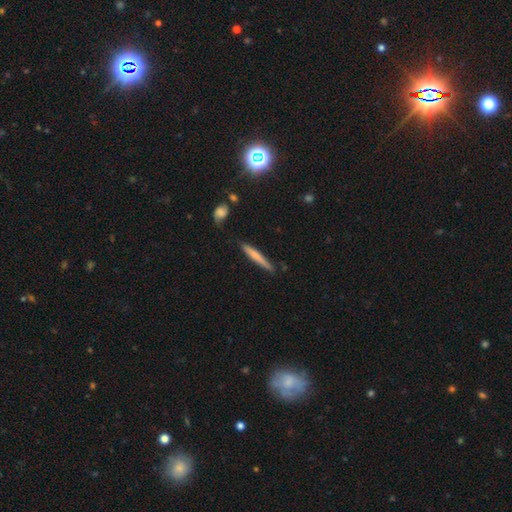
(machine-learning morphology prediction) smooth-or-featured: smooth: 64% | featured or disk: 30% | star or artifact: 6%
  how-rounded: cigar-shaped: 95% | in between: 4% | round: 1%
  merging: none: 82% | minor disturbance: 13% | major disturbance: 2% | merger: 2%